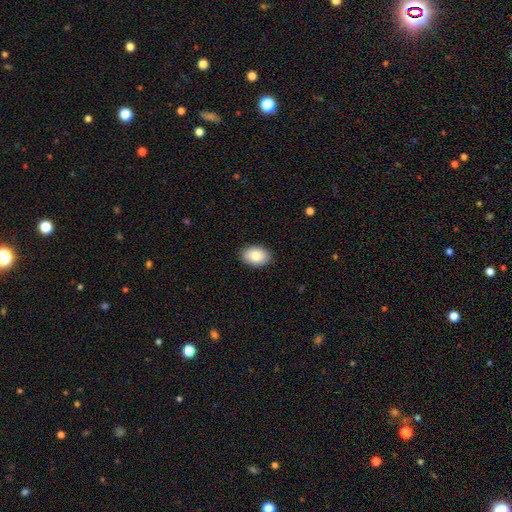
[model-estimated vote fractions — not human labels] Smooth or featured? smooth (84%)
How rounded? in between (85%)
Merging? none (89%)